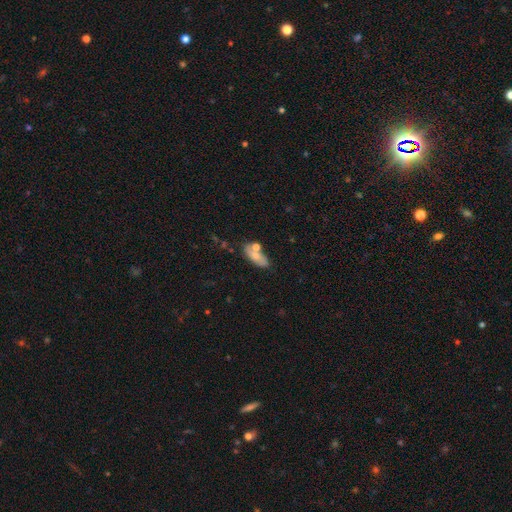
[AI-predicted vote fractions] A smooth galaxy with no disk features (62%) that is in between round and cigar-shaped (80%).

Vote fractions:
- Smooth or featured? smooth: 62% / featured or disk: 30% / star or artifact: 8%
- How rounded? in between: 80% / cigar-shaped: 15% / round: 5%
- Merging? none: 54% / merger: 23% / minor disturbance: 17% / major disturbance: 6%